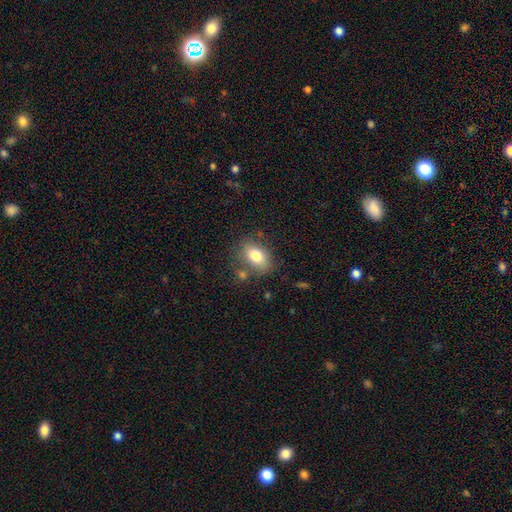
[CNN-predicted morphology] This is likely a smooth galaxy (78%). How rounded: likely in between (79%). Merging: likely none (72%).